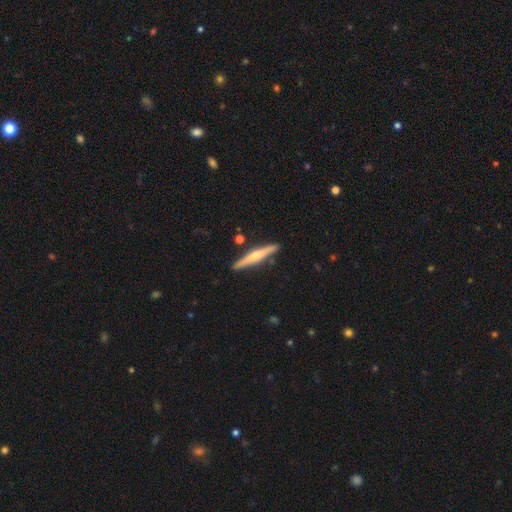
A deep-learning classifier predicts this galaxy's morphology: Smooth or featured? Predicted: featured or disk (p=0.51). Edge-on disk? Predicted: yes (p=0.97). Merging? Predicted: none (p=0.87).